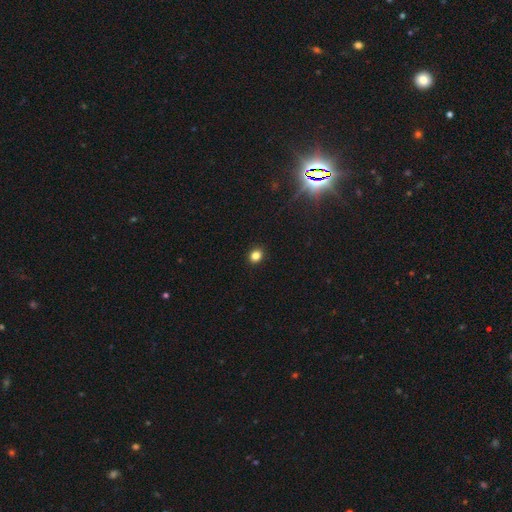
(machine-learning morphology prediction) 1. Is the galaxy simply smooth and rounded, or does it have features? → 83% smooth, 12% star or artifact, 5% featured or disk.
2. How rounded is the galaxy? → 63% round, 36% in between, 1% cigar-shaped.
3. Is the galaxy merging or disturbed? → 92% none, 6% minor disturbance, 2% major disturbance, 1% merger.